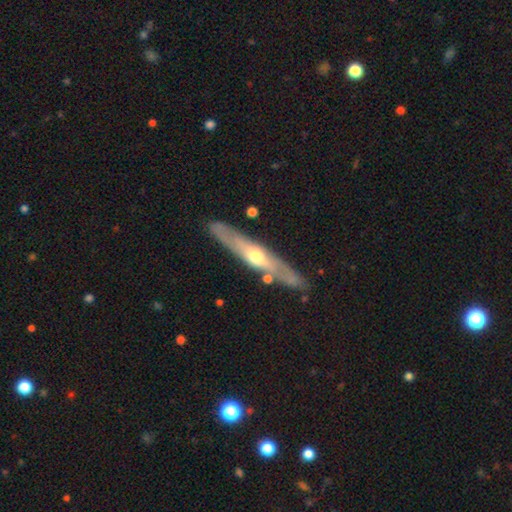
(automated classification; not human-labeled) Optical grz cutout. It shows a featured or disk galaxy (73%) viewed edge-on (73%) with a rounded central bulge (83%). Merging: none (82%).